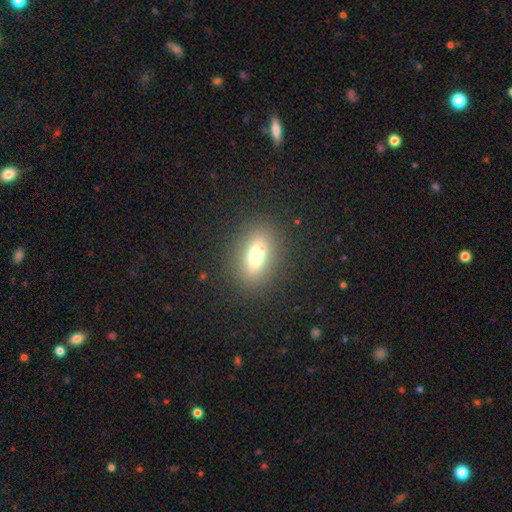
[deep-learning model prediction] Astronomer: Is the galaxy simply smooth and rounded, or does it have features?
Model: smooth — 67%.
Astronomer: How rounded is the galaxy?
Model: in between — 73%.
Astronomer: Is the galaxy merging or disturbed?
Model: none — 83%.